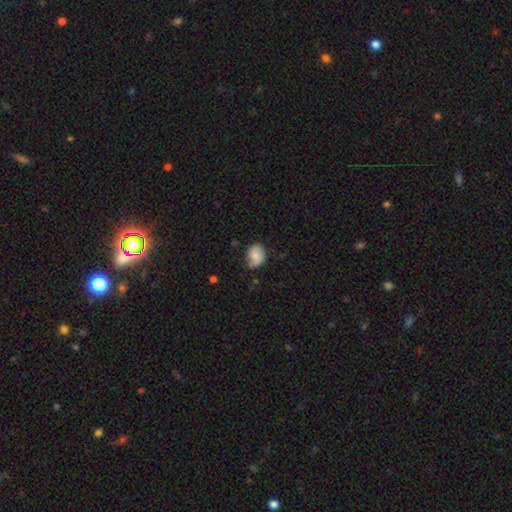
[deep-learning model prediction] smooth-or-featured: smooth: 73% | featured or disk: 19% | star or artifact: 8%
  how-rounded: in between: 54% | round: 45% | cigar-shaped: 1%
  merging: none: 65% | minor disturbance: 29% | major disturbance: 5% | merger: 1%